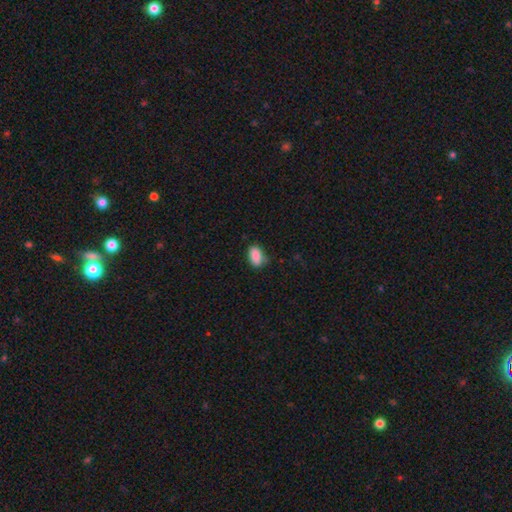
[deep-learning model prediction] smooth-or-featured: smooth: 89% | star or artifact: 8% | featured or disk: 4%
  how-rounded: in between: 91% | round: 7% | cigar-shaped: 2%
  merging: none: 75% | minor disturbance: 20% | major disturbance: 3% | merger: 2%